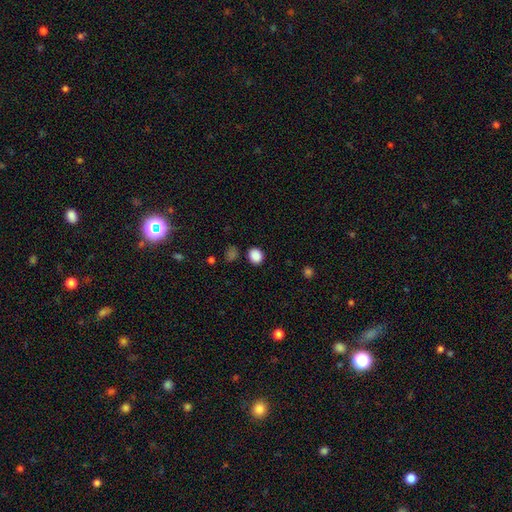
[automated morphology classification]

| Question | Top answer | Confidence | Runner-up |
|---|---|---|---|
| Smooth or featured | smooth | 86% | star or artifact (10%) |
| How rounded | round | 70% | in between (29%) |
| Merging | none | 85% | minor disturbance (9%) |